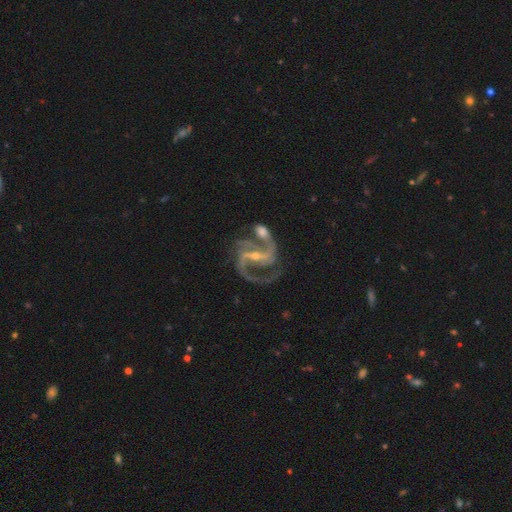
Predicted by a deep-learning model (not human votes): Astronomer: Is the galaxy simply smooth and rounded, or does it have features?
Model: featured or disk — 92%.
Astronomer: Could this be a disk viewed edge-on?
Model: no — 97%.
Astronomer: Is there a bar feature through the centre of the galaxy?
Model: strong — 64%.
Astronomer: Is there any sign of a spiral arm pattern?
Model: yes — 98%.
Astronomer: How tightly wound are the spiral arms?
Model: medium — 61%.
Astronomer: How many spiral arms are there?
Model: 2 — 86%.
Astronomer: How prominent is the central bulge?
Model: small — 71%.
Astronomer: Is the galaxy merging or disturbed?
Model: none — 49%.